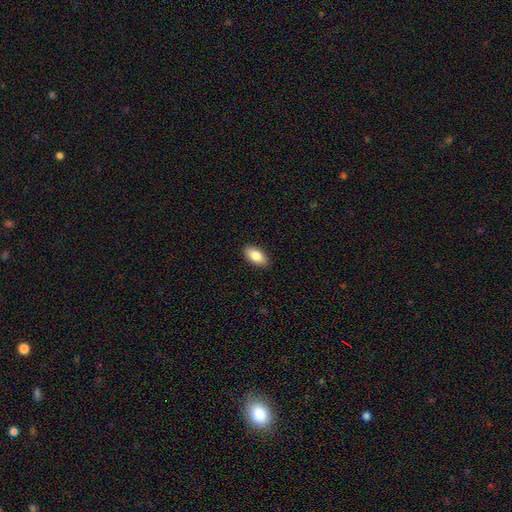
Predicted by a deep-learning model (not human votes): Smooth or featured? smooth (84%)
How rounded? in between (93%)
Merging? none (89%)